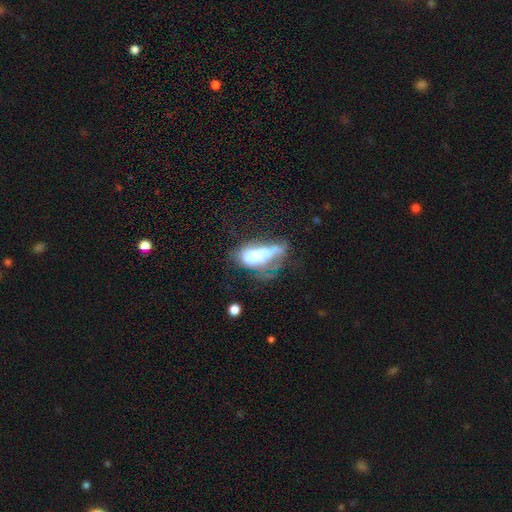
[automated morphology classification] The model was most divided on "smooth or featured": featured or disk: 49%, smooth: 41%, star or artifact: 10%. Remaining: merging — major disturbance (42%).